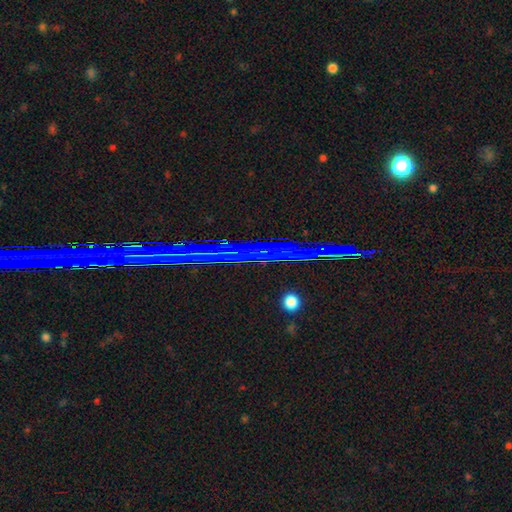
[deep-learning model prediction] star or artifact 79%, featured or disk 12%, smooth 9%.